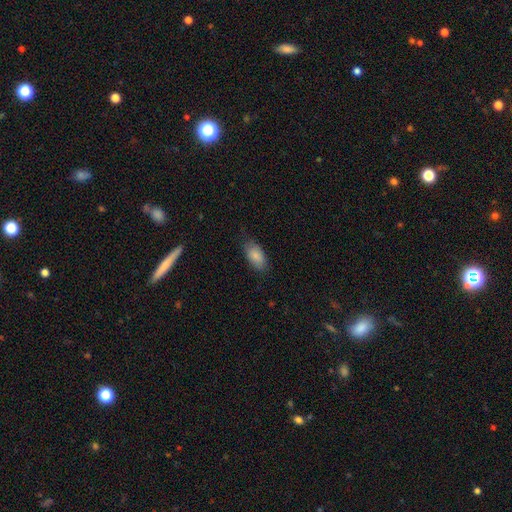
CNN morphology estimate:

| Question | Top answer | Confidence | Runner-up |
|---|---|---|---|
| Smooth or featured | smooth | 86% | featured or disk (7%) |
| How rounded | in between | 92% | cigar-shaped (5%) |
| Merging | none | 76% | minor disturbance (19%) |